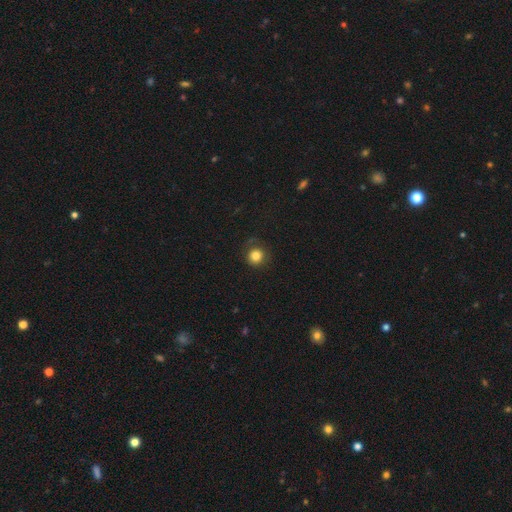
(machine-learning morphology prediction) Smooth or featured: smooth — 82% (star or artifact — 11%)
How rounded: round — 93% (in between — 6%)
Merging: none — 80% (minor disturbance — 12%)